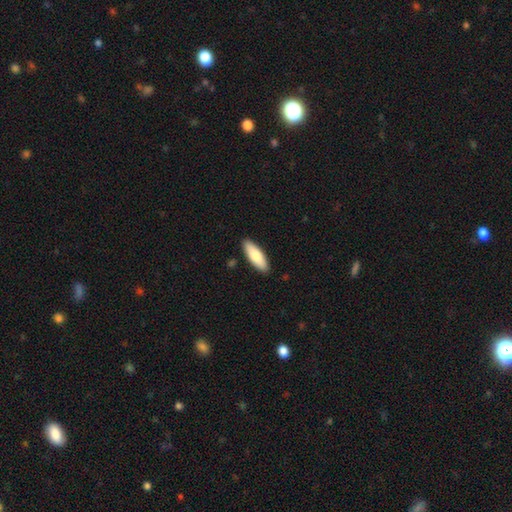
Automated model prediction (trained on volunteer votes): Overall: smooth (78%). How rounded: in between (63%; cigar-shaped 36%). Merging: none (89%).